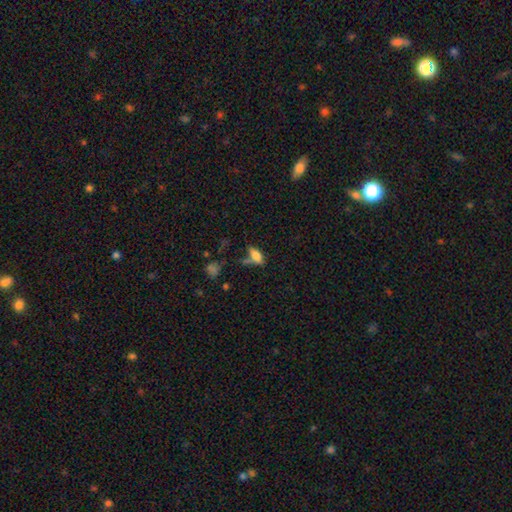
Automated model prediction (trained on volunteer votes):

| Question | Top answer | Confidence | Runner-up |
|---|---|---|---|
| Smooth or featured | smooth | 75% | featured or disk (13%) |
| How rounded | in between | 83% | cigar-shaped (12%) |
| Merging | none | 49% | minor disturbance (23%) |